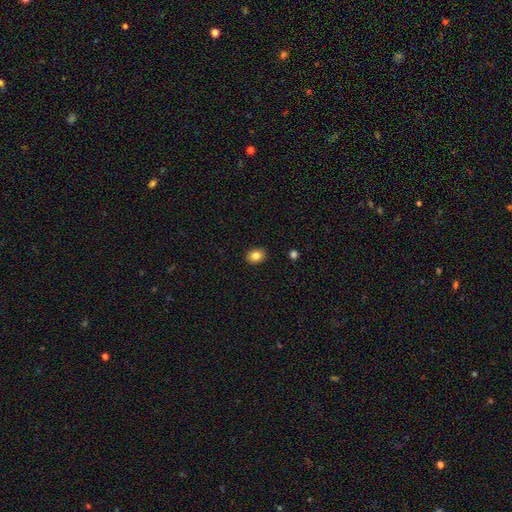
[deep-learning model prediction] Smooth or featured: smooth — 84% (star or artifact — 9%)
How rounded: in between — 63% (round — 36%)
Merging: none — 90% (minor disturbance — 7%)